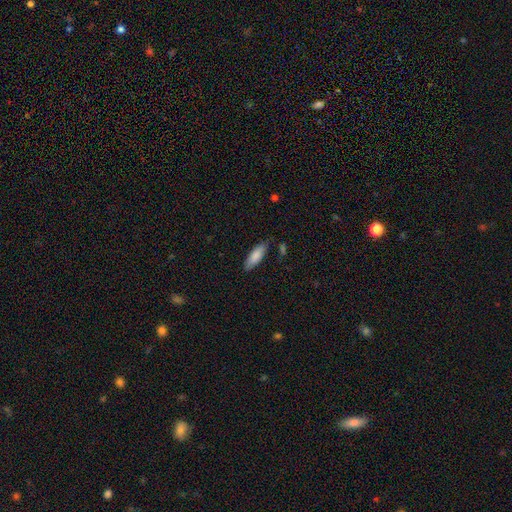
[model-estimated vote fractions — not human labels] A smooth galaxy with no disk features (84%) that is in between round and cigar-shaped (57%). Merging: none (78%).